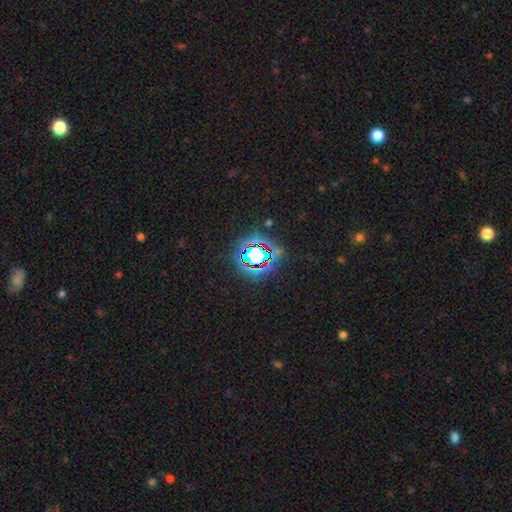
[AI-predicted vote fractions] Overall: star or artifact (69%).